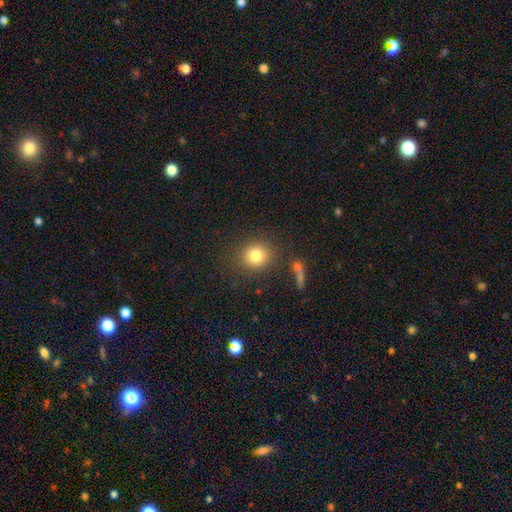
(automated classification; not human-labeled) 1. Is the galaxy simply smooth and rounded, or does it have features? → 81% smooth, 11% star or artifact, 8% featured or disk.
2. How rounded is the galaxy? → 86% round, 13% in between, 1% cigar-shaped.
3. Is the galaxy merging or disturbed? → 83% none, 9% minor disturbance, 4% merger, 4% major disturbance.